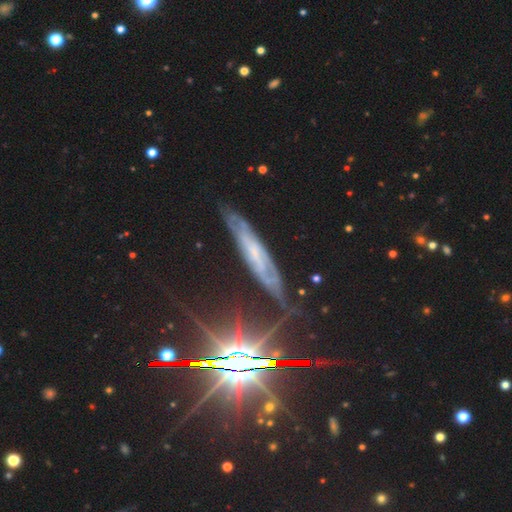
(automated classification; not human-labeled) This appears to be a featured or disk galaxy (63%) viewed edge-on (57%). Merging: none (75%).